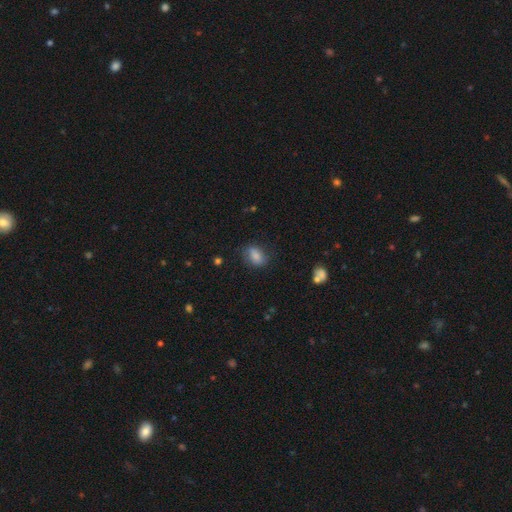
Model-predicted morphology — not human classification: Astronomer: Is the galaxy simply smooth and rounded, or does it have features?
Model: smooth — 79%.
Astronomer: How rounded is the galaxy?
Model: in between — 81%.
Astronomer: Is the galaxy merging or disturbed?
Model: none — 71%.